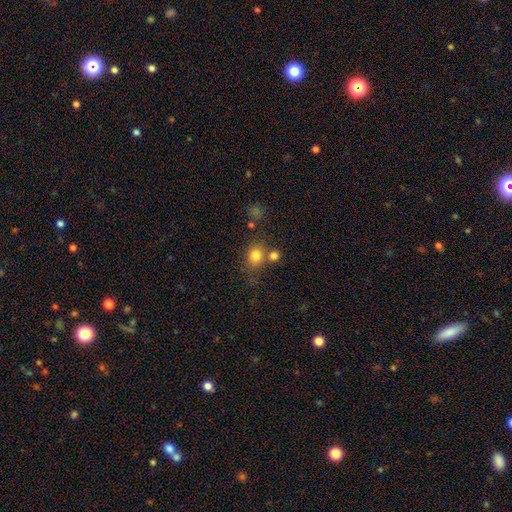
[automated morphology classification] Overall: smooth (80%). How rounded: round (75%). Merging: none (62%).